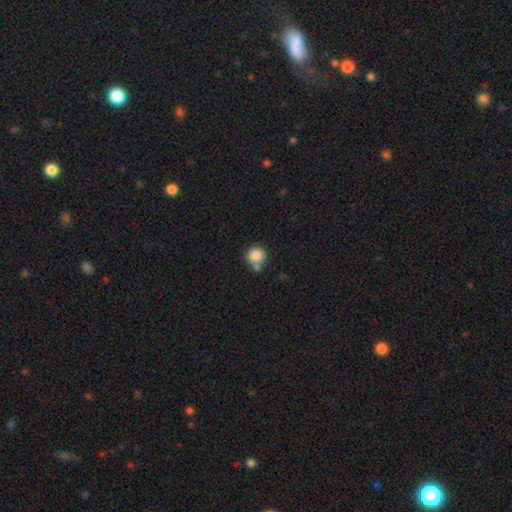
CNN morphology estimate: This appears to be a smooth galaxy with no disk features (85%) that is round (91%). Merging: none (57%).